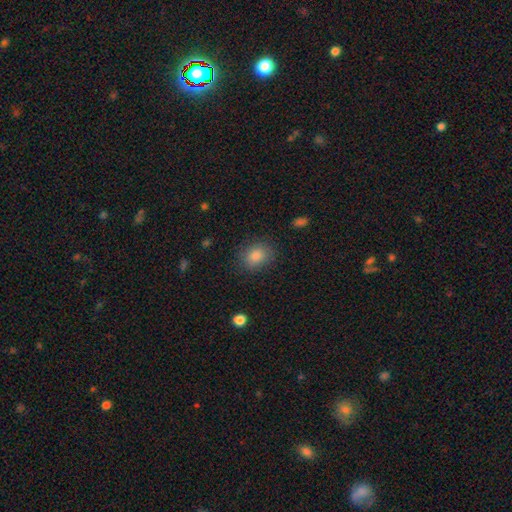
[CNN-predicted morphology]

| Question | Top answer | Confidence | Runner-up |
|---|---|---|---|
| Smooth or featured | smooth | 83% | star or artifact (11%) |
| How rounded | in between | 51% | round (48%) |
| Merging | none | 84% | minor disturbance (11%) |